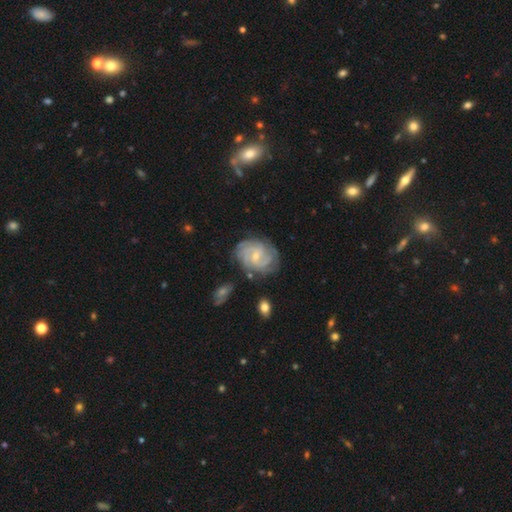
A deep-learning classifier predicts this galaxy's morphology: This is clearly a featured or disk galaxy (85%). It is clearly not viewed edge-on (98%). Bar: possibly no (48%). Spiral arm pattern: clearly yes (96%). Spiral arm count: marginally can't tell (29%). Spiral winding: likely tight (66%). Central bulge: likely small (72%). Merging: likely none (75%).